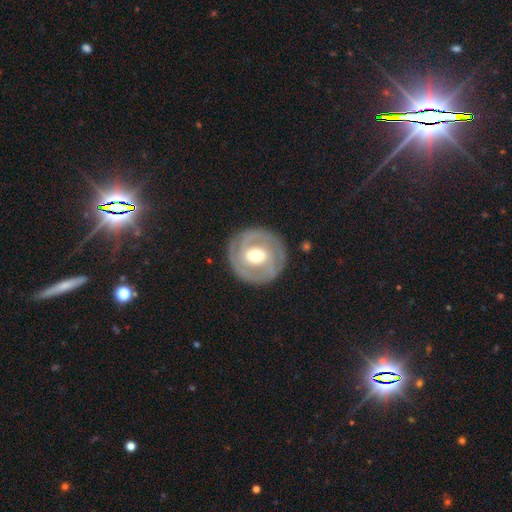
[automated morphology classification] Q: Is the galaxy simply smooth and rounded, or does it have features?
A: featured or disk — 75%.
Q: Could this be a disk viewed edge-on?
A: no — 97%.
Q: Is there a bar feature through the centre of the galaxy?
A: no — 40%.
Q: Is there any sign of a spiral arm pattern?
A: yes — 79%.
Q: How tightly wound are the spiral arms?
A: tight — 63%.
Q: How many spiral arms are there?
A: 2 — 68%.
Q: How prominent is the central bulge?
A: moderate — 70%.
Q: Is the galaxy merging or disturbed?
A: none — 85%.